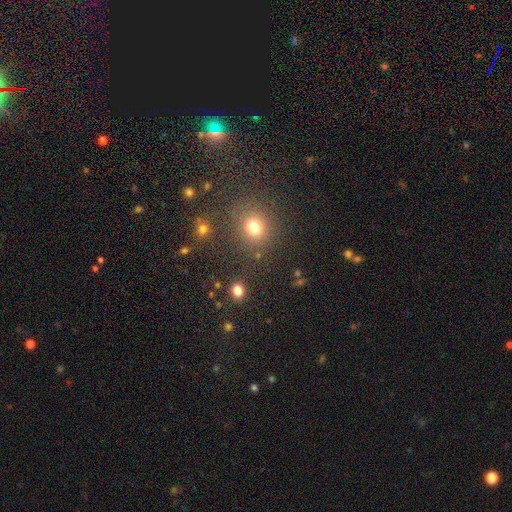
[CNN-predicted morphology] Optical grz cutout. It shows a smooth galaxy with no disk features (59%) that is round (87%). Merging: none (86%).